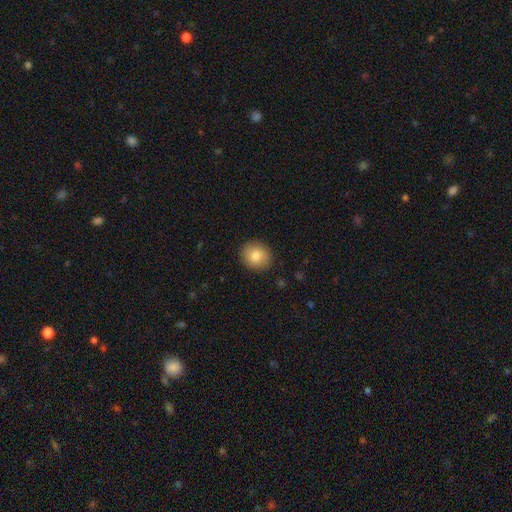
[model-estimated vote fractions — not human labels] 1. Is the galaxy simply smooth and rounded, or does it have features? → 82% smooth, 10% featured or disk, 8% star or artifact.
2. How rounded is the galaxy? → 73% round, 26% in between, 1% cigar-shaped.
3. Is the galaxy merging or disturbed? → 89% none, 8% minor disturbance, 2% major disturbance, 1% merger.